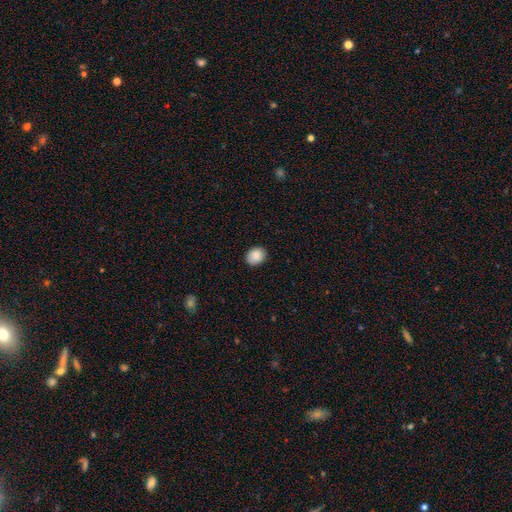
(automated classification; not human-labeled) smooth_or_featured: smooth (p=0.88) [alt: star or artifact p=0.08]
how_rounded: round (p=0.56) [alt: in between p=0.43]
merging: none (p=0.87) [alt: minor disturbance p=0.10]